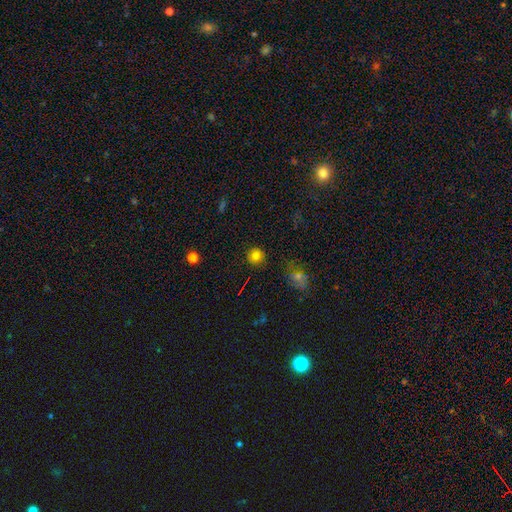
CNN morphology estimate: Q: Smooth or featured?
A: smooth (81%); runner-up: star or artifact (13%)
Q: How rounded?
A: round (93%); runner-up: in between (6%)
Q: Merging?
A: none (91%); runner-up: minor disturbance (6%)